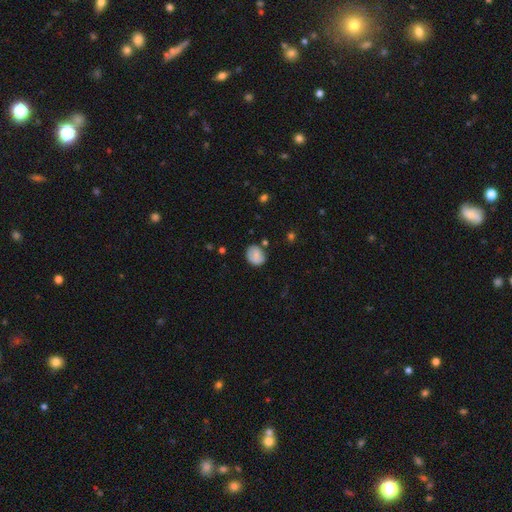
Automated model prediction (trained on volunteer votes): Smooth or featured?
  - smooth: 70% *
  - featured or disk: 22%
  - star or artifact: 9%
How rounded?
  - round: 54% *
  - in between: 45%
  - cigar-shaped: 1%
Merging?
  - none: 67% *
  - minor disturbance: 23%
  - major disturbance: 5%
  - merger: 4%